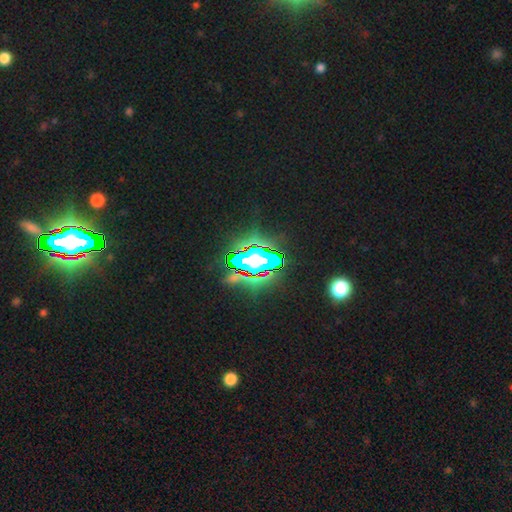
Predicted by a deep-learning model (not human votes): This is likely a star or artifact rather than a galaxy (67%).